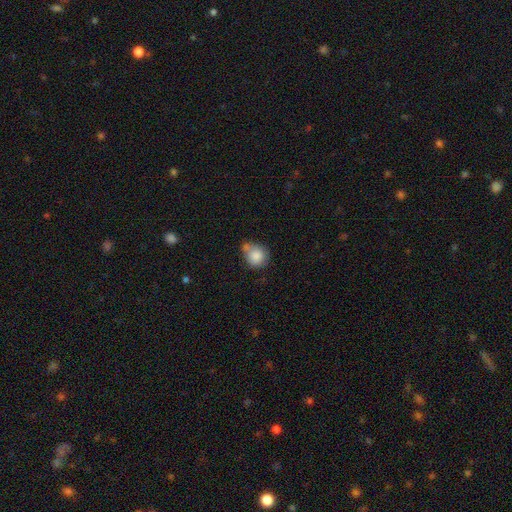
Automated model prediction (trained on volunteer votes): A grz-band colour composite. It shows a smooth galaxy with no disk features (83%) that is round (85%). Merging: none (48%).